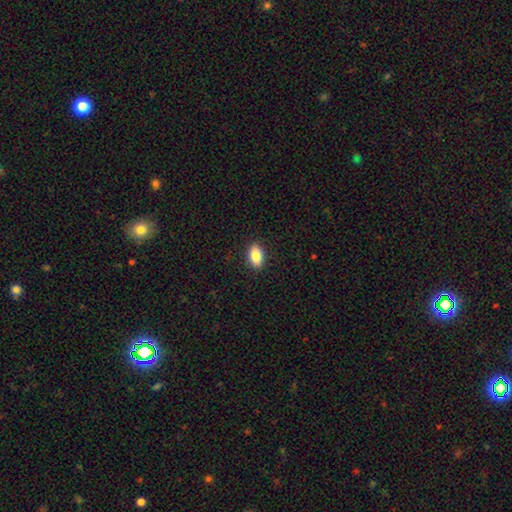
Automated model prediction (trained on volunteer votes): A smooth galaxy with no disk features (84%) that is in between round and cigar-shaped (90%). Merging: none (90%).